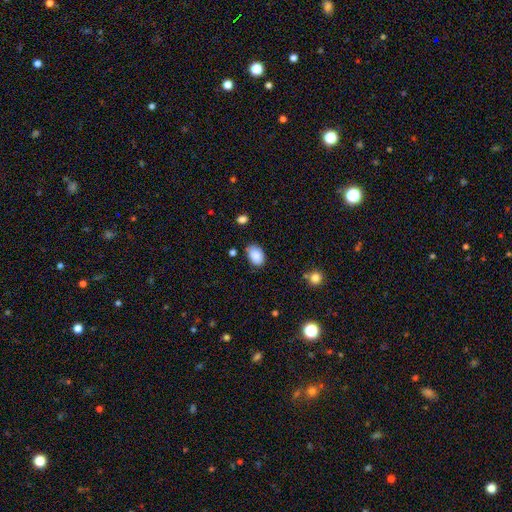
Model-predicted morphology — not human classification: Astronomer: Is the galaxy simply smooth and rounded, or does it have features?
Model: smooth — 89%.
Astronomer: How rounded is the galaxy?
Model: in between — 86%.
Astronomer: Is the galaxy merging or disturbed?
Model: none — 76%.